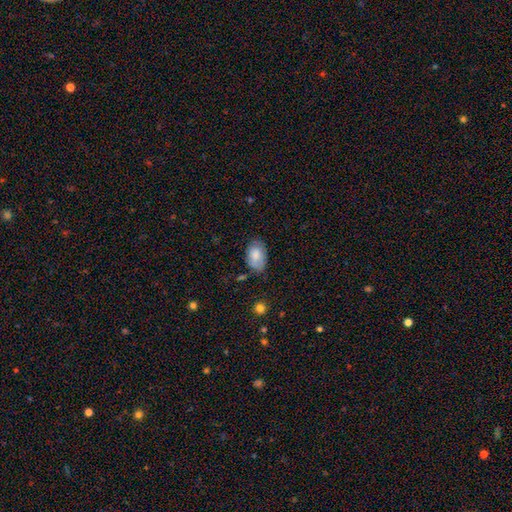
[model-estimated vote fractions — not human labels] Smooth or featured? smooth (78%)
How rounded? in between (91%)
Merging? none (66%)